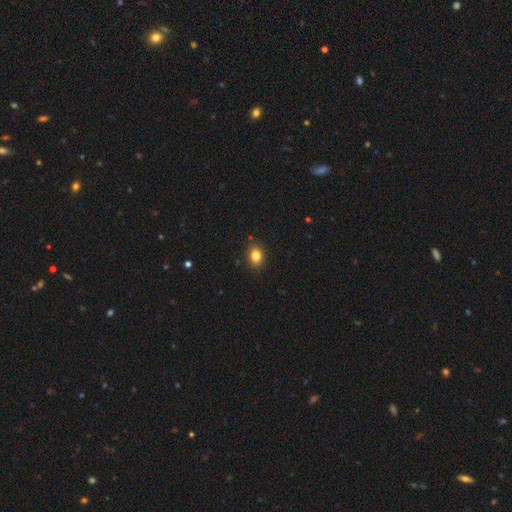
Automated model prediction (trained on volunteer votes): Morphology: type=smooth (83%); roundness=in between (52%); merging=none (88%).